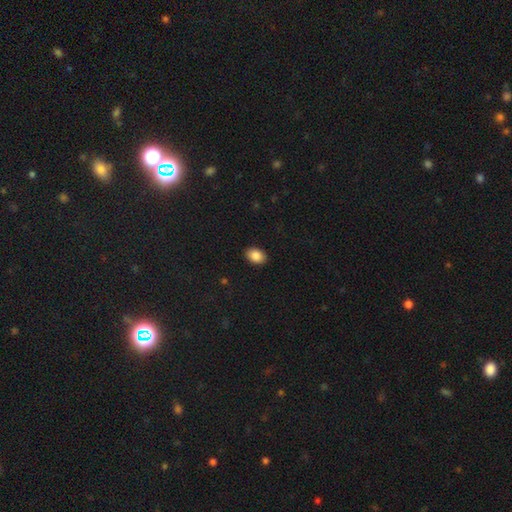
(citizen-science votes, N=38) This is clearly a smooth galaxy (95%). How rounded: clearly in between (92%). Merging: clearly none (86%).